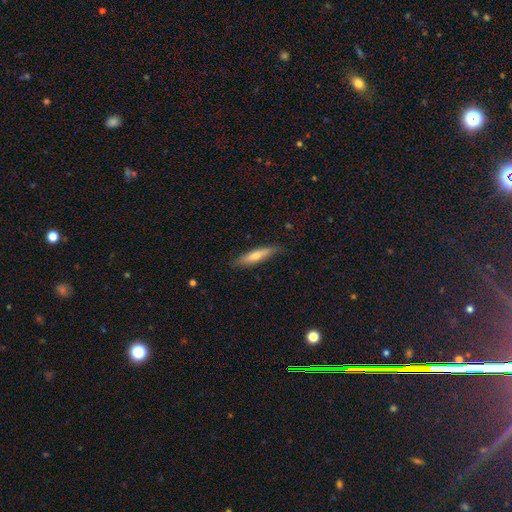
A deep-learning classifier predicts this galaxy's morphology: A smooth galaxy with no disk features (58%) that is cigar-shaped (82%). Merging: none (84%).